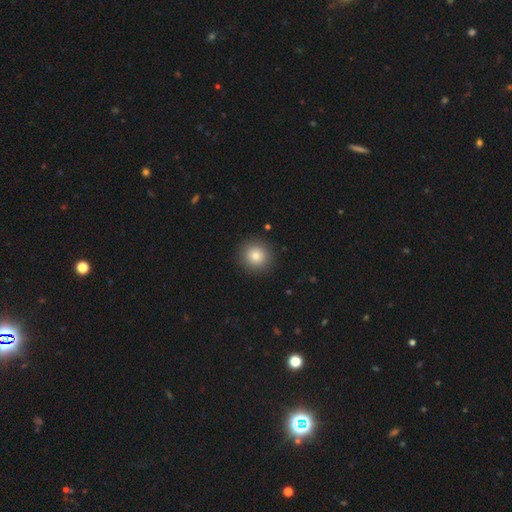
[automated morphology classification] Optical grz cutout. It shows a smooth galaxy with no disk features (82%) that is round (92%). Merging: none (91%).